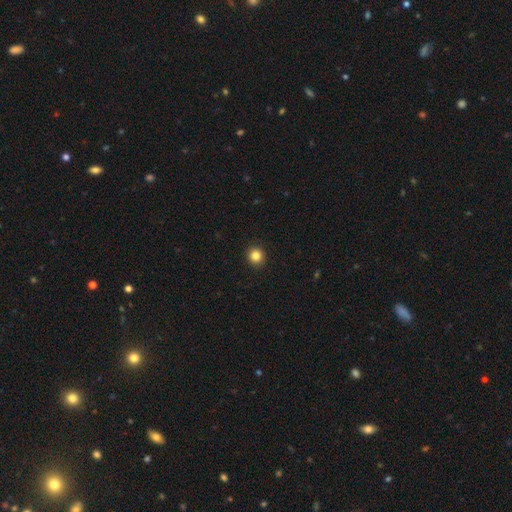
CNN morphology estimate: This appears to be a smooth galaxy with no disk features (84%) that is round (90%). Merging: none (93%).